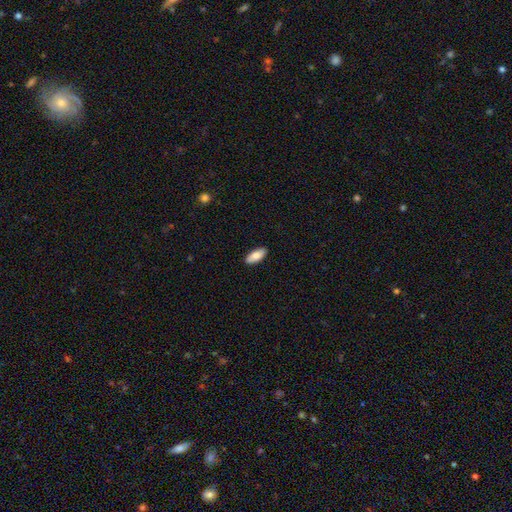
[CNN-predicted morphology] A smooth galaxy with no disk features (83%) that is in between round and cigar-shaped (83%). Merging: none (89%).